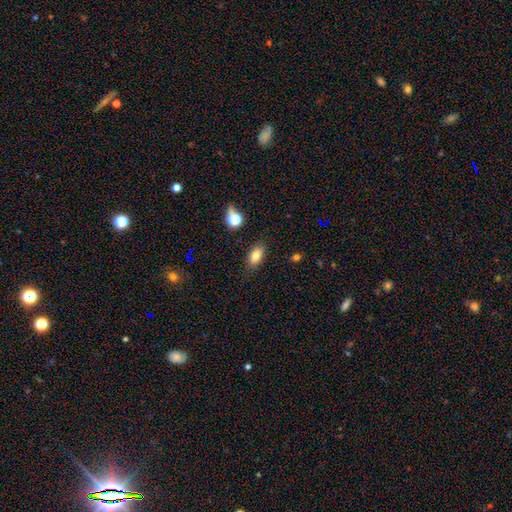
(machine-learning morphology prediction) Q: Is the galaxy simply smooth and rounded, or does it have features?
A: smooth — 81%.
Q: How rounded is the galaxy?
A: in between — 87%.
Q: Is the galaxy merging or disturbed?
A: none — 84%.